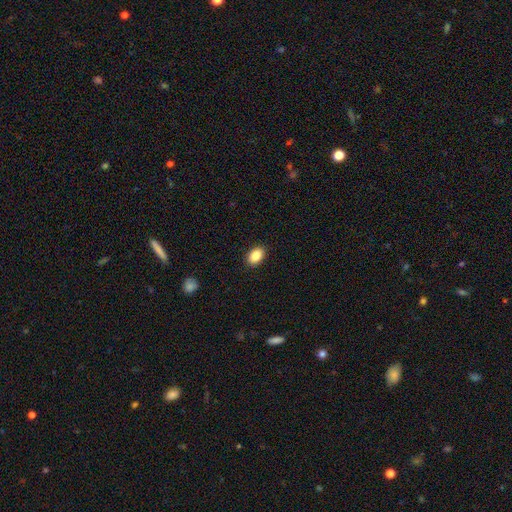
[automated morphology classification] Smooth or featured?
  - smooth: 88% *
  - star or artifact: 8%
  - featured or disk: 5%
How rounded?
  - in between: 87% *
  - round: 11%
  - cigar-shaped: 1%
Merging?
  - none: 90% *
  - minor disturbance: 7%
  - major disturbance: 2%
  - merger: 1%